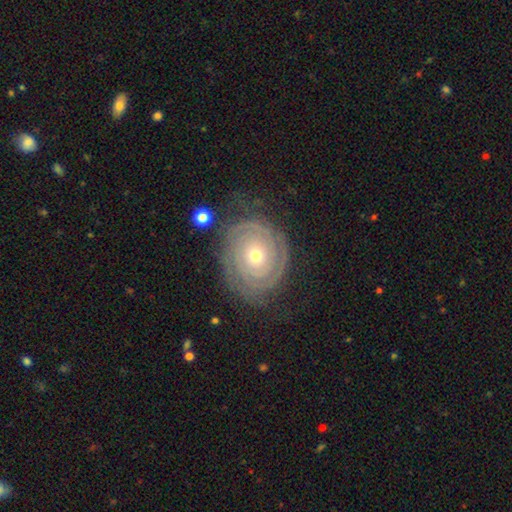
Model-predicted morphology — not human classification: A featured or disk galaxy (84%) with no bar (83%), 2 (42%) tight (87%) spiral arms (94%) and a small central bulge (50%). Merging: none (77%).